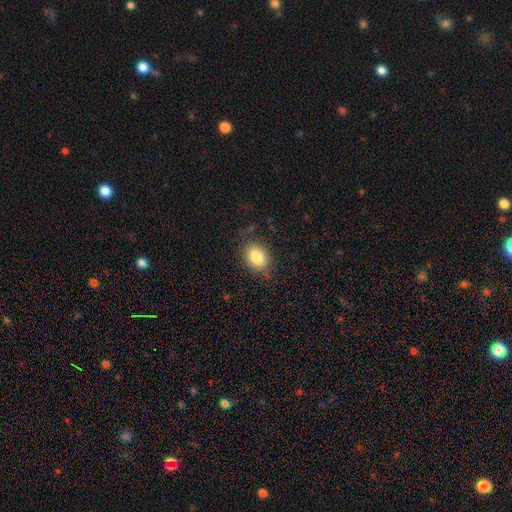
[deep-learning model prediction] Smooth or featured? smooth (82%)
How rounded? in between (68%)
Merging? none (78%)